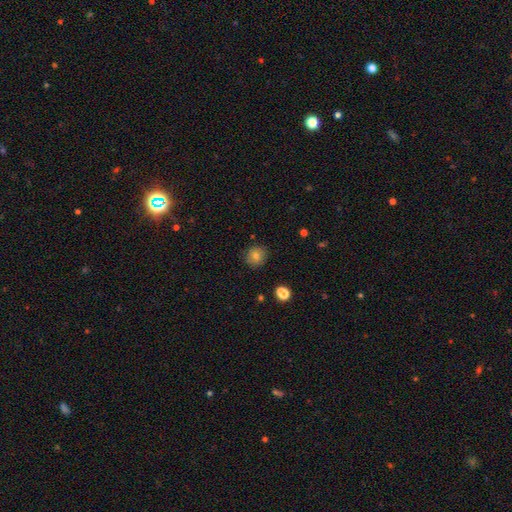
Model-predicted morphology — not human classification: smooth 78%, star or artifact 11%, featured or disk 11%. Down the decision tree: how rounded — round (88%); merging — none (88%).